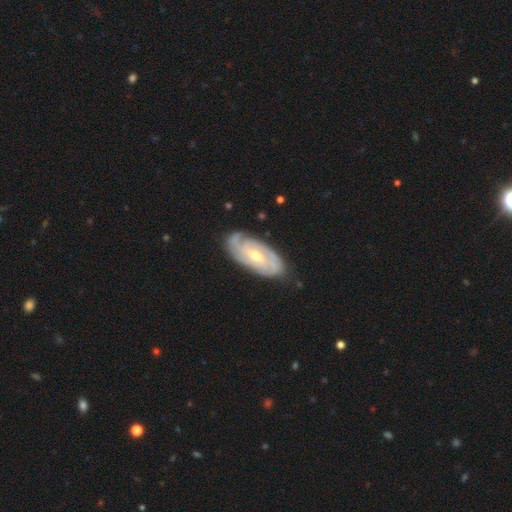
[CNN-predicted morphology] A featured or disk galaxy (86%) with no bar (47%), 2 (31%) tight (70%) spiral arms (96%) and a small central bulge (50%).

Vote fractions:
- Smooth or featured? featured or disk: 86% / smooth: 10% / star or artifact: 5%
- Edge-on disk? no: 94% / yes: 6%
- Bar? no: 47% / weak: 41% / strong: 12%
- Spiral arms? yes: 96% / no: 4%
- Spiral winding? tight: 70% / medium: 25% / loose: 5%
- Spiral arm count? 2: 31% / 3: 26% / can't tell: 24% / 4: 10% / 1: 4% / more than 4: 4%
- Bulge size? small: 50% / moderate: 47% / large: 1% / none: 1% / dominant: 1%
- Merging? none: 80% / minor disturbance: 15% / major disturbance: 3% / merger: 1%